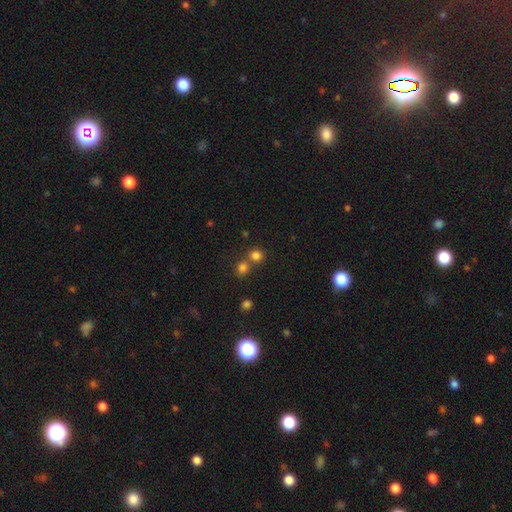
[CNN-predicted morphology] Overall: smooth (78%). How rounded: round (87%). Merging: none (59%; merger 33%).